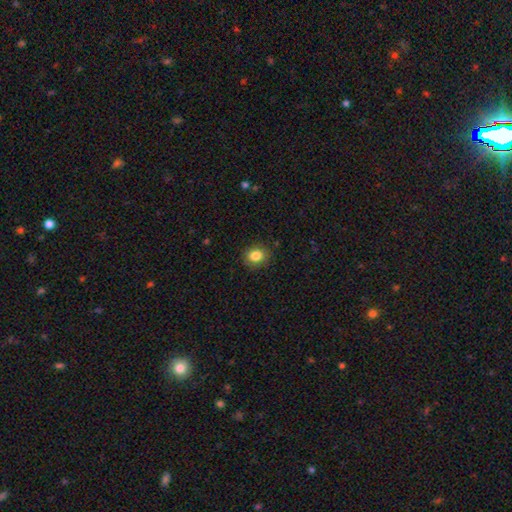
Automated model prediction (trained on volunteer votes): A smooth galaxy with no disk features (84%) that is round (66%).

Vote fractions:
- Smooth or featured? smooth: 84% / star or artifact: 10% / featured or disk: 6%
- How rounded? round: 66% / in between: 33% / cigar-shaped: 1%
- Merging? none: 86% / minor disturbance: 10% / major disturbance: 3% / merger: 1%